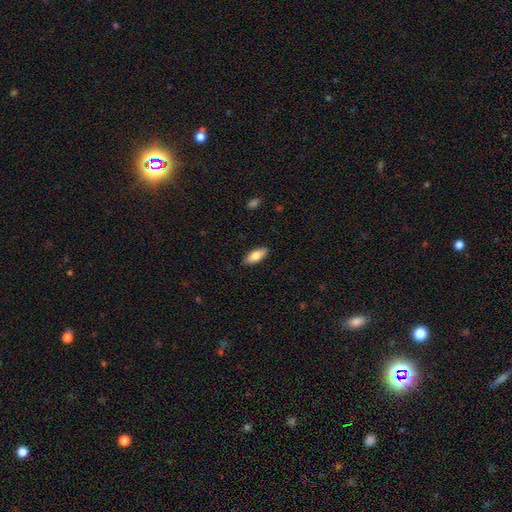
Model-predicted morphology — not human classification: type=smooth (83%); roundness=in between (77%); merging=none (89%).